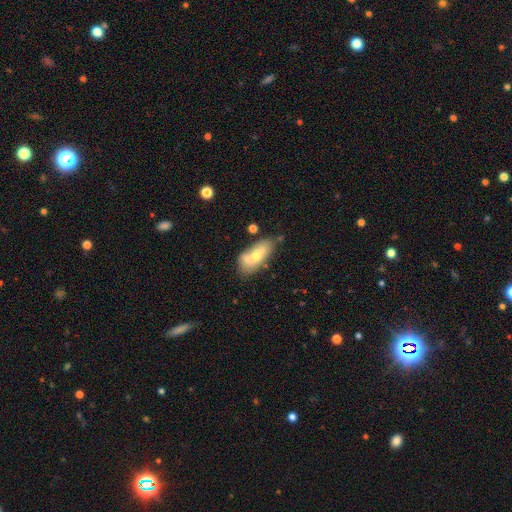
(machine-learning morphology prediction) smooth-or-featured: smooth: 60% | featured or disk: 32% | star or artifact: 8%
  how-rounded: in between: 83% | cigar-shaped: 11% | round: 6%
  merging: none: 40% | merger: 38% | minor disturbance: 16% | major disturbance: 6%